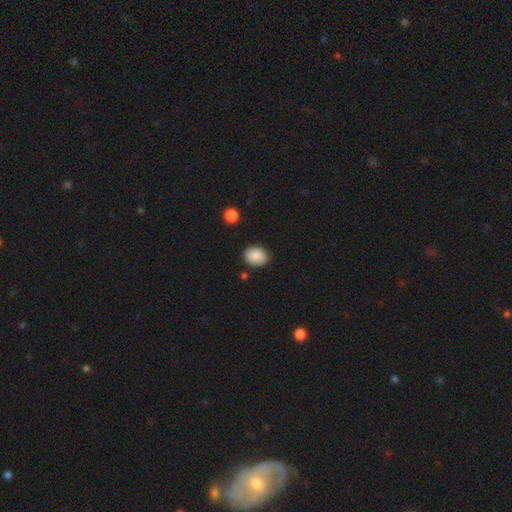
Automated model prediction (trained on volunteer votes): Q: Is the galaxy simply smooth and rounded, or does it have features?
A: smooth — 88%.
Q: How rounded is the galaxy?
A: in between — 55%.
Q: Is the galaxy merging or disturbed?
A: none — 79%.